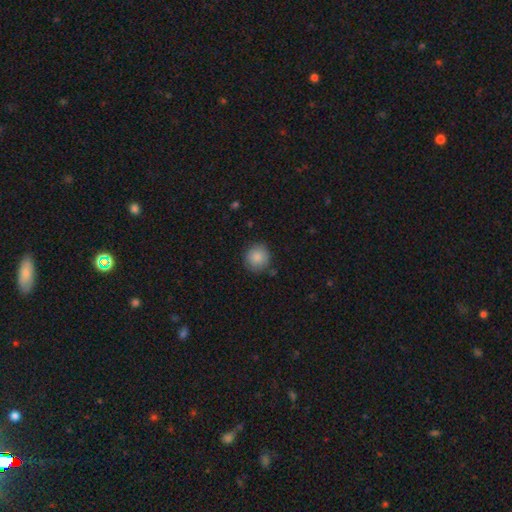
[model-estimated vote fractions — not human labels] This is clearly a smooth galaxy (87%). How rounded: clearly round (91%). Merging: clearly none (84%).